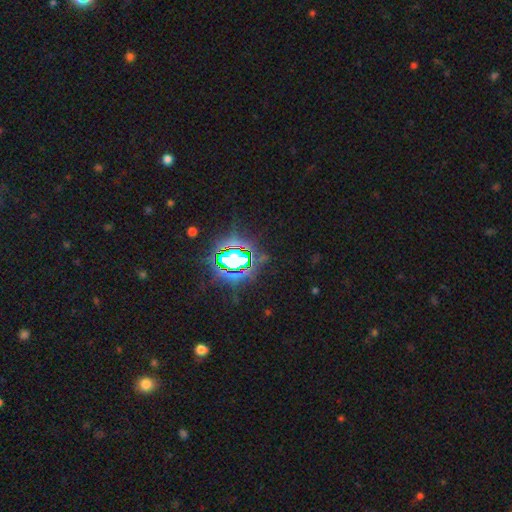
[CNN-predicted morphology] This is clearly a star or artifact rather than a galaxy (83%).